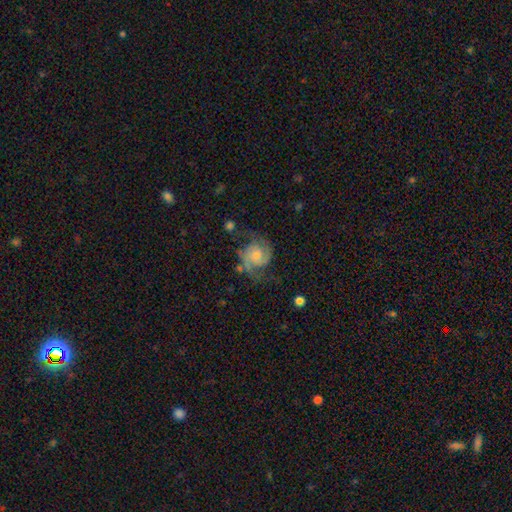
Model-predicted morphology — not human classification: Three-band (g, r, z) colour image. It shows a featured or disk galaxy (84%) with no bar (70%), 2 (89%) medium (49%) spiral arms (97%) and a small central bulge (41%). Merging: none (63%).